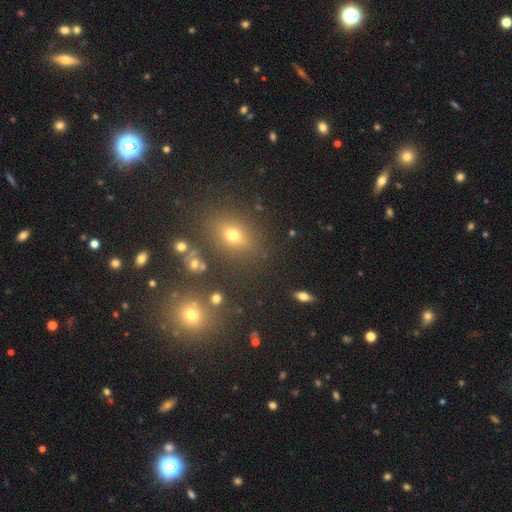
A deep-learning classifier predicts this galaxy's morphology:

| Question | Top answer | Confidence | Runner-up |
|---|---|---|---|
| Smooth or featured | smooth | 51% | star or artifact (37%) |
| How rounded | in between | 55% | round (42%) |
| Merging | none | 80% | minor disturbance (9%) |